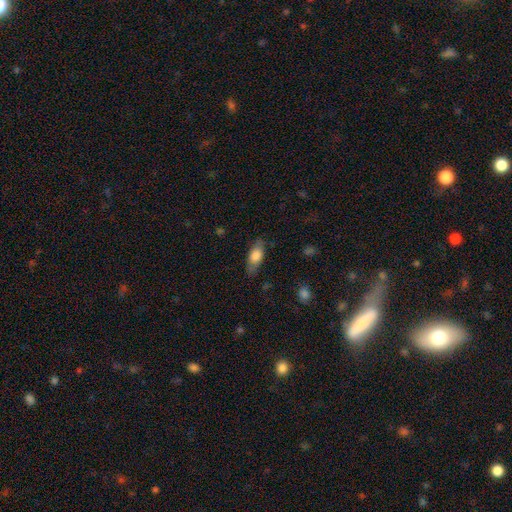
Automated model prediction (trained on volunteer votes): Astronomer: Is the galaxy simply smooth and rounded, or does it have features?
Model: smooth — 73%.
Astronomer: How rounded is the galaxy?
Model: in between — 77%.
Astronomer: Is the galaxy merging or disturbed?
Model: none — 78%.